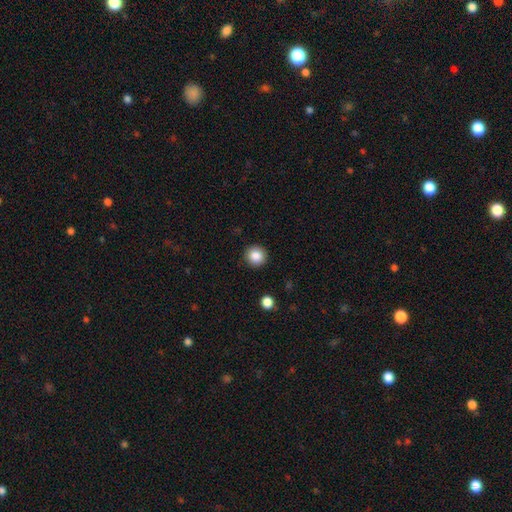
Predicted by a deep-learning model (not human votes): Q: Smooth or featured?
A: smooth (86%); runner-up: star or artifact (9%)
Q: How rounded?
A: round (94%); runner-up: in between (5%)
Q: Merging?
A: none (92%); runner-up: minor disturbance (5%)